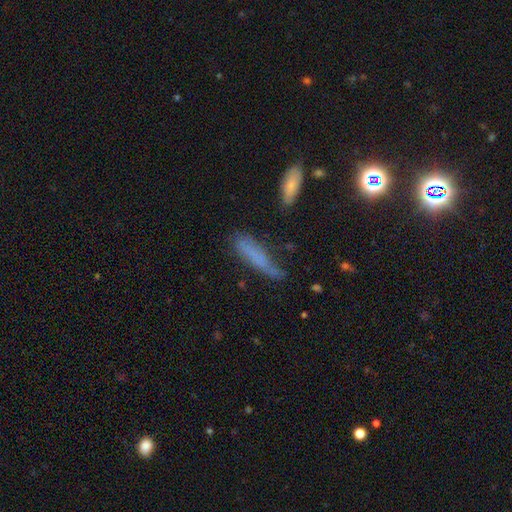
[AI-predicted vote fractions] A smooth galaxy with no disk features (63%) that is cigar-shaped (76%). Merging: none (52%).